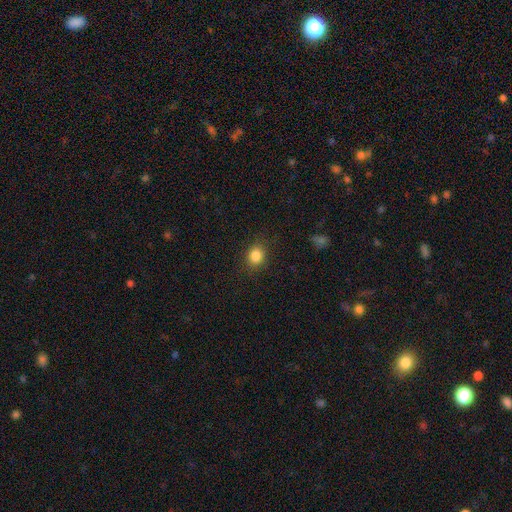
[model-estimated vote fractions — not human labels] A smooth galaxy with no disk features (84%) that is round (68%).

Vote fractions:
- Smooth or featured? smooth: 84% / star or artifact: 11% / featured or disk: 5%
- How rounded? round: 68% / in between: 31% / cigar-shaped: 1%
- Merging? none: 85% / minor disturbance: 10% / major disturbance: 3% / merger: 1%